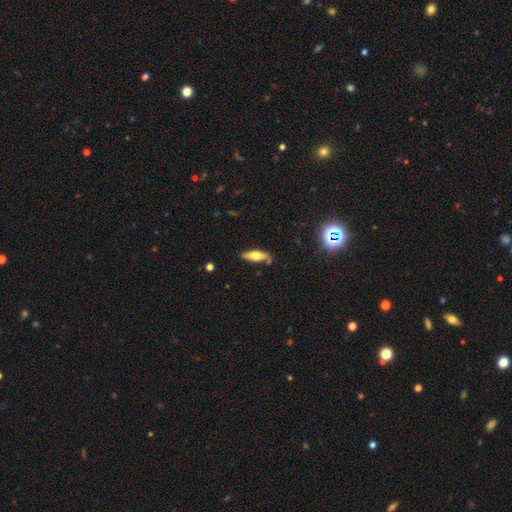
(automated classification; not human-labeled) Q: Smooth or featured?
A: smooth (60%); runner-up: featured or disk (32%)
Q: How rounded?
A: in between (58%); runner-up: cigar-shaped (39%)
Q: Merging?
A: none (70%); runner-up: minor disturbance (21%)